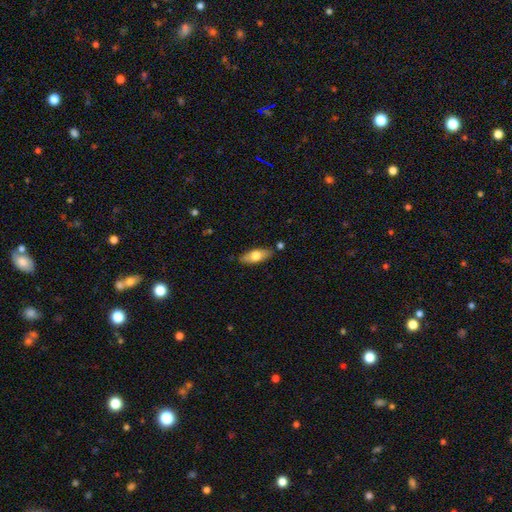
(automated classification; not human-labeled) Overall: smooth (65%; featured or disk 29%). How rounded: in between (76%). Merging: none (80%).